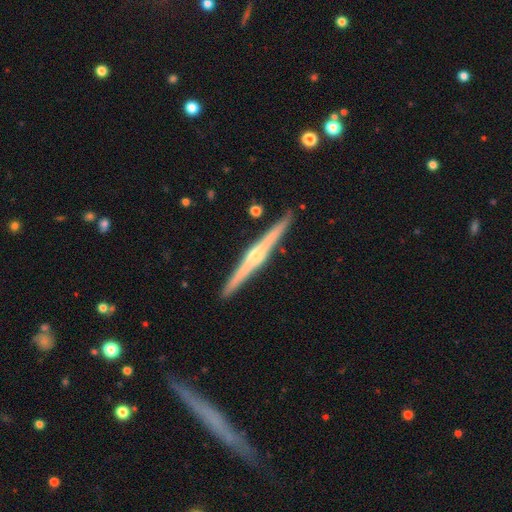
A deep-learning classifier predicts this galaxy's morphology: Q: Smooth or featured?
A: featured or disk (82%); runner-up: smooth (14%)
Q: Edge-on disk?
A: yes (99%); runner-up: no (1%)
Q: Edge-on bulge?
A: rounded (83%); runner-up: none (9%)
Q: Merging?
A: none (92%); runner-up: minor disturbance (6%)